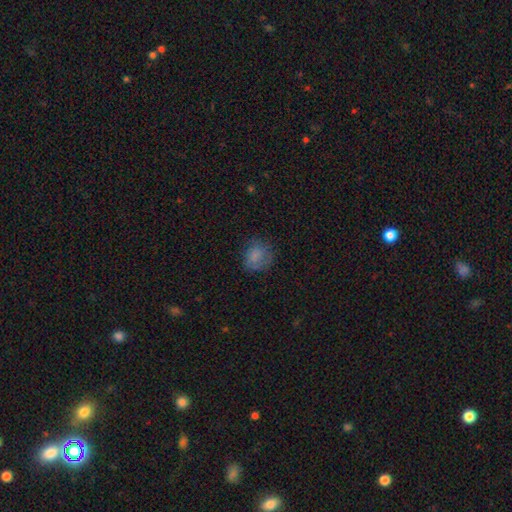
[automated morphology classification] The model was most divided on "merging": none: 68%, minor disturbance: 21%, major disturbance: 10%, merger: 1%. More confident: smooth or featured — smooth (76%); how rounded — round (74%).